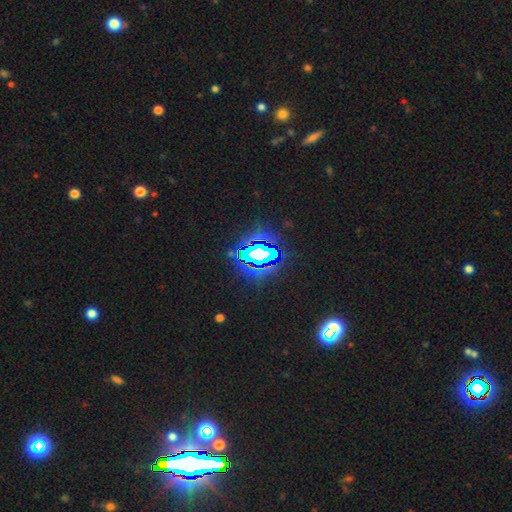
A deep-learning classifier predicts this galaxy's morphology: Smooth or featured?
  - star or artifact: 76% *
  - smooth: 13%
  - featured or disk: 11%